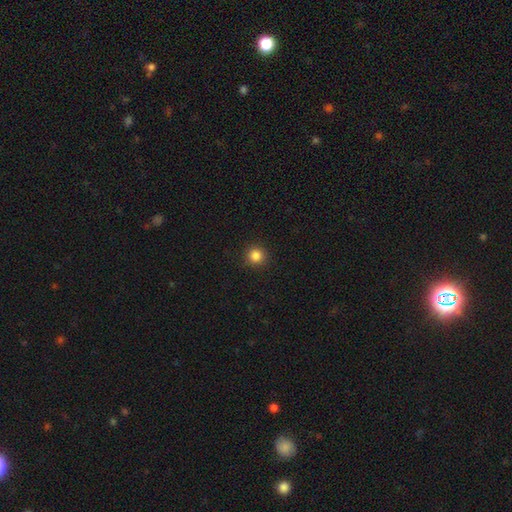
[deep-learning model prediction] Smooth or featured? smooth (84%)
How rounded? round (94%)
Merging? none (92%)